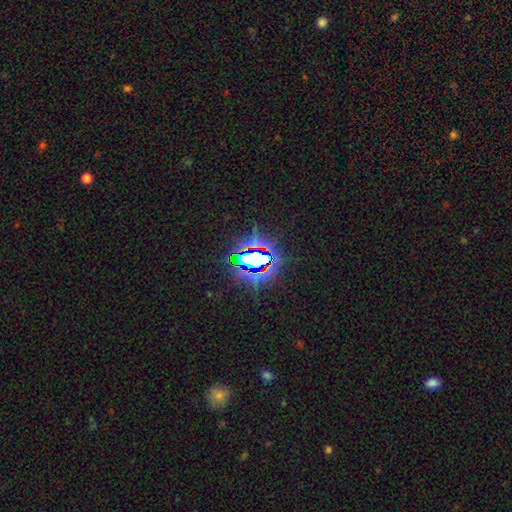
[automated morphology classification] Q: Smooth or featured?
A: star or artifact (82%); runner-up: smooth (11%)